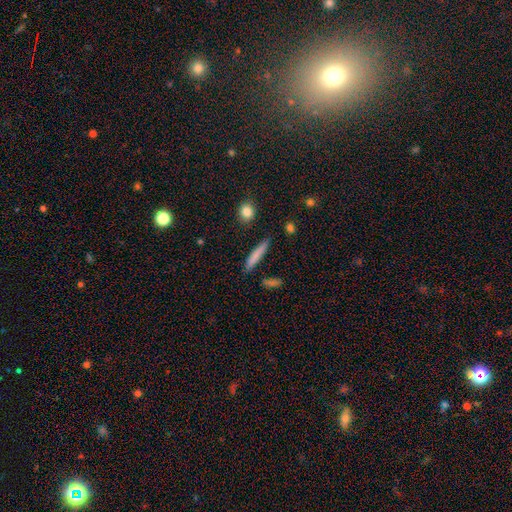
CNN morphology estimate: smooth 78%, featured or disk 14%, star or artifact 7%. Down the decision tree: how rounded — cigar-shaped (91%); merging — none (84%).